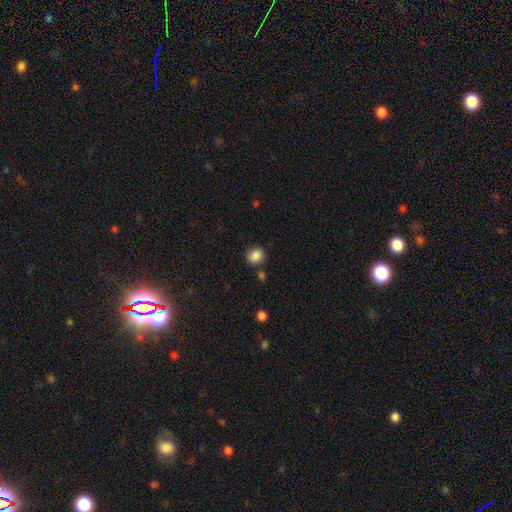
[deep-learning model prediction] Smooth or featured: smooth — 86% (star or artifact — 10%)
How rounded: round — 69% (in between — 30%)
Merging: none — 77% (minor disturbance — 13%)